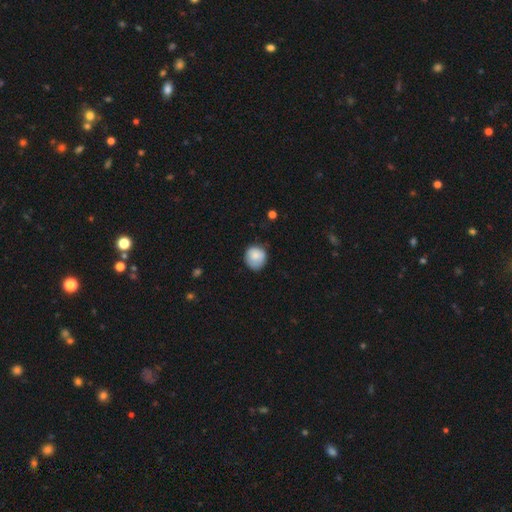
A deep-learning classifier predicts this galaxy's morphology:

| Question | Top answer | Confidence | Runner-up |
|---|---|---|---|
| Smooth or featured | smooth | 83% | featured or disk (10%) |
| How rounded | round | 85% | in between (14%) |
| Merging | none | 72% | minor disturbance (22%) |